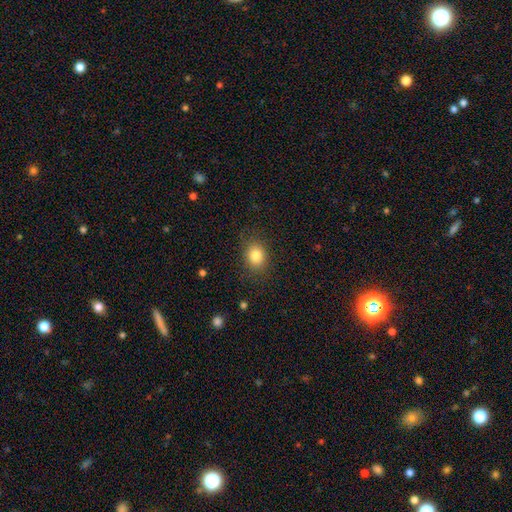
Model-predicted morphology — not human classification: A smooth galaxy with no disk features (83%) that is round (53%).

Vote fractions:
- Smooth or featured? smooth: 83% / star or artifact: 10% / featured or disk: 7%
- How rounded? round: 53% / in between: 46% / cigar-shaped: 1%
- Merging? none: 84% / minor disturbance: 11% / major disturbance: 4% / merger: 1%